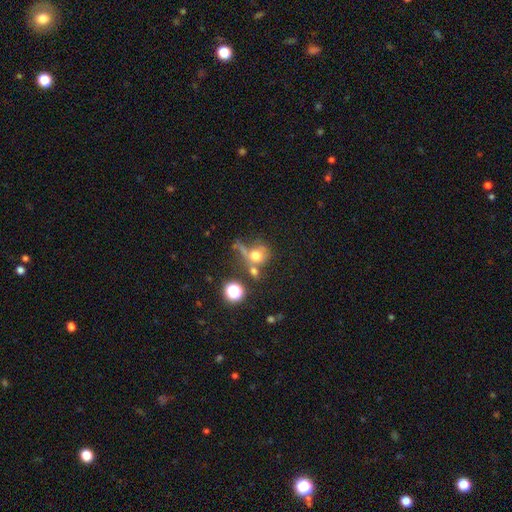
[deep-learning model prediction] smooth_or_featured: smooth (p=0.61) [alt: featured or disk p=0.20]
how_rounded: round (p=0.72) [alt: in between p=0.26]
merging: merger (p=0.33) [alt: none p=0.31]